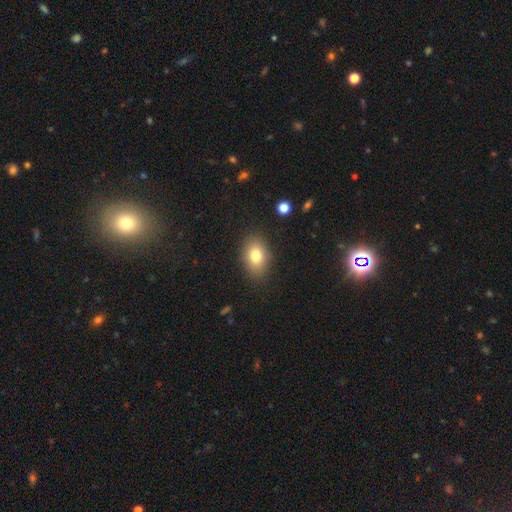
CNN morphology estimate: Smooth or featured?
  - smooth: 80% *
  - featured or disk: 11%
  - star or artifact: 9%
How rounded?
  - in between: 83% *
  - round: 16%
  - cigar-shaped: 1%
Merging?
  - none: 85% *
  - minor disturbance: 11%
  - major disturbance: 3%
  - merger: 1%